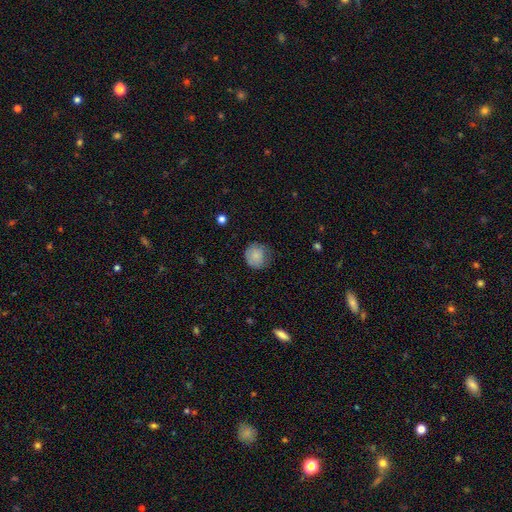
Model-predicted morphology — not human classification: A smooth galaxy with no disk features (82%) that is round (87%).

Vote fractions:
- Smooth or featured? smooth: 82% / featured or disk: 10% / star or artifact: 8%
- How rounded? round: 87% / in between: 12% / cigar-shaped: 1%
- Merging? none: 61% / minor disturbance: 28% / major disturbance: 10% / merger: 1%